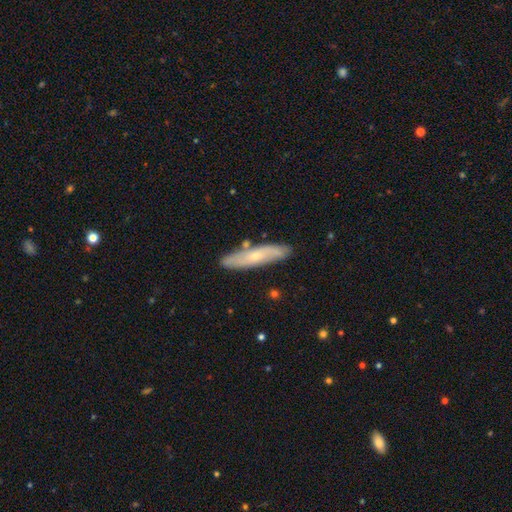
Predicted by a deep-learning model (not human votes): This appears to be a featured or disk galaxy (47%). Merging: none (84%).